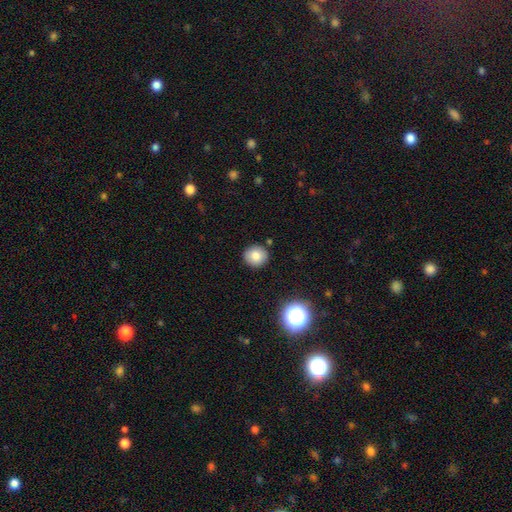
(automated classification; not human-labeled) smooth 80%, star or artifact 11%, featured or disk 9%. Down the decision tree: how rounded — round (90%); merging — none (88%).